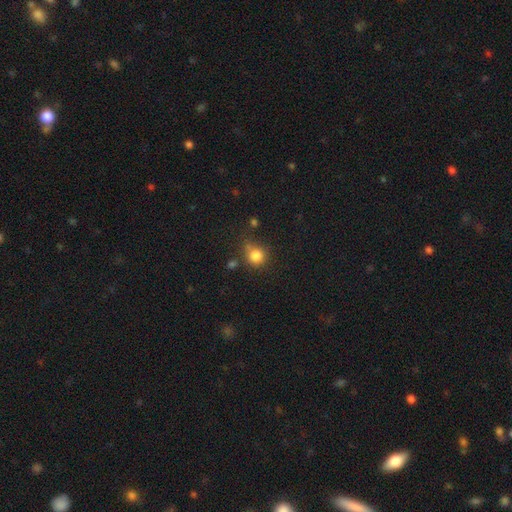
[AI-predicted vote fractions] A smooth galaxy with no disk features (82%) that is round (88%). Merging: none (63%).